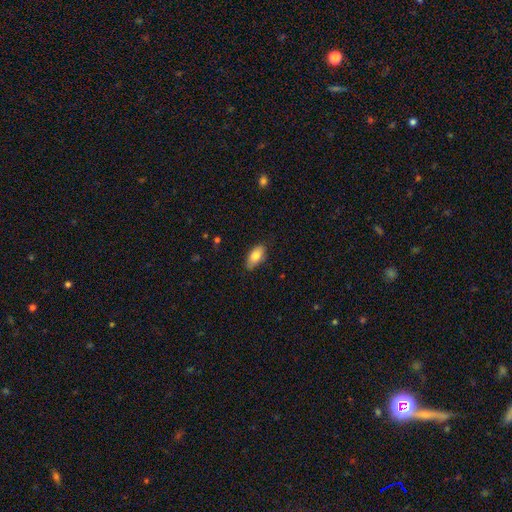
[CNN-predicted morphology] Smooth or featured? Predicted: smooth (p=0.80). How rounded? Predicted: in between (p=0.90). Merging? Predicted: none (p=0.81).